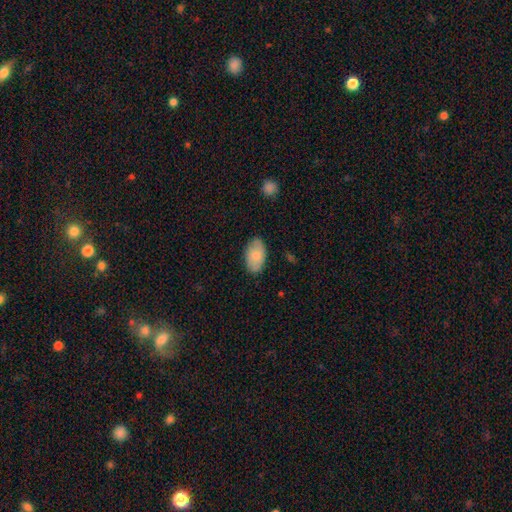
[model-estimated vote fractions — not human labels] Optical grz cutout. It shows a smooth galaxy with no disk features (81%) that is in between round and cigar-shaped (94%). Merging: none (80%).